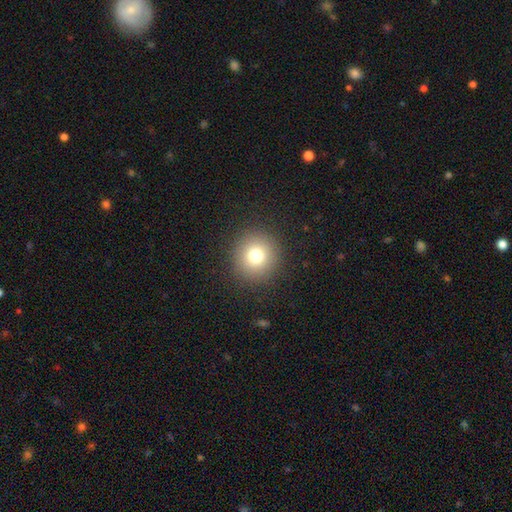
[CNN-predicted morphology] type=smooth (76%); roundness=round (94%); merging=none (91%).